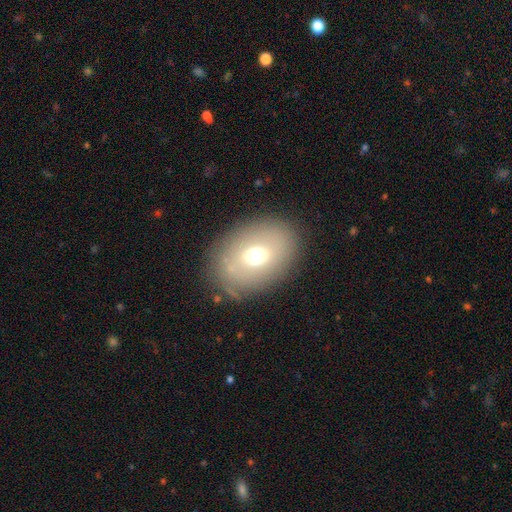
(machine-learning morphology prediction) This is likely a smooth galaxy (62%). How rounded: likely in between (71%). Merging: clearly none (81%).